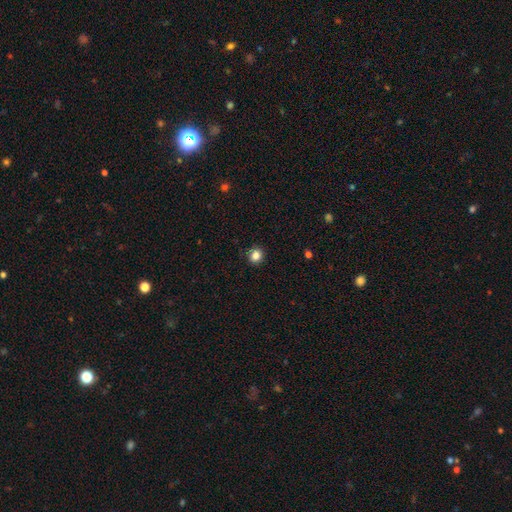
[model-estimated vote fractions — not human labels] Smooth or featured: smooth — 84% (star or artifact — 12%)
How rounded: round — 91% (in between — 8%)
Merging: none — 91% (minor disturbance — 7%)